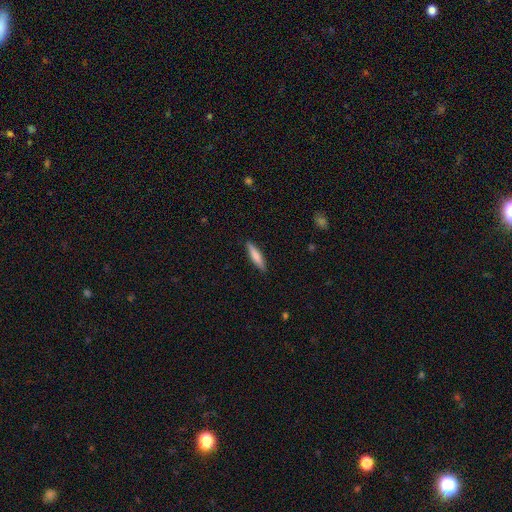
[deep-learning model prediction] Morphology: type=smooth (74%); roundness=cigar-shaped (83%); merging=none (90%).